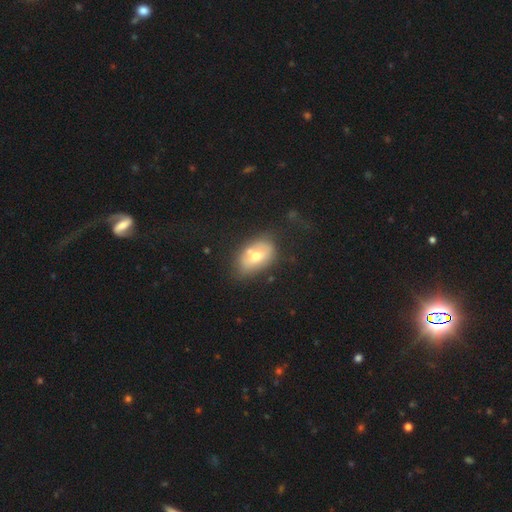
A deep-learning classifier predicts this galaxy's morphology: A smooth galaxy with no disk features (61%) that is in between round and cigar-shaped (84%).

Vote fractions:
- Smooth or featured? smooth: 61% / featured or disk: 31% / star or artifact: 8%
- How rounded? in between: 84% / round: 14% / cigar-shaped: 1%
- Merging? none: 59% / minor disturbance: 23% / merger: 10% / major disturbance: 8%